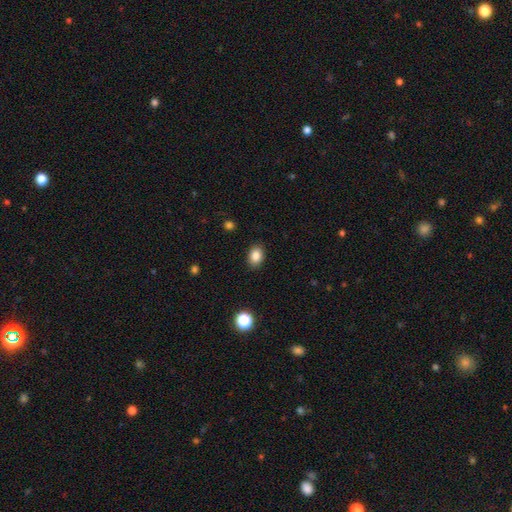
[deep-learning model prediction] This appears to be a smooth galaxy with no disk features (86%) that is in between round and cigar-shaped (76%). Merging: none (88%).